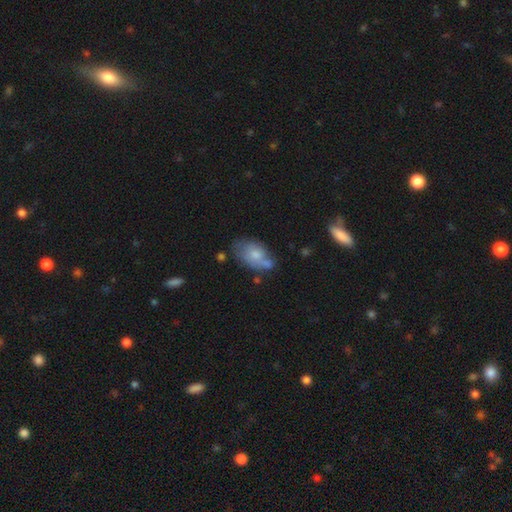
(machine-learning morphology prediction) Smooth or featured? Predicted: smooth (p=0.68). How rounded? Predicted: in between (p=0.86). Merging? Predicted: none (p=0.42).